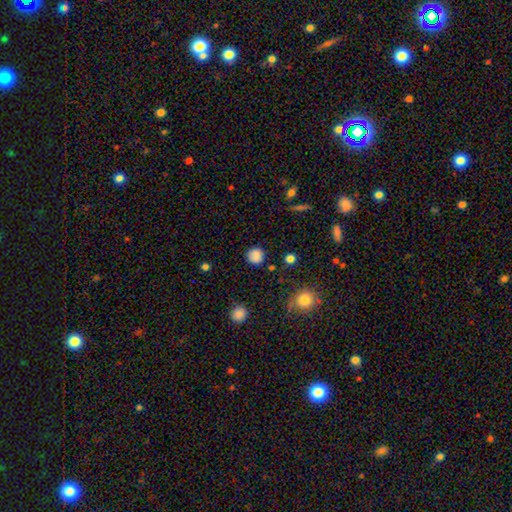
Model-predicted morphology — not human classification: The model was most divided on "smooth or featured": smooth: 85%, star or artifact: 11%, featured or disk: 4%. More confident: how rounded — round (91%); merging — none (87%).